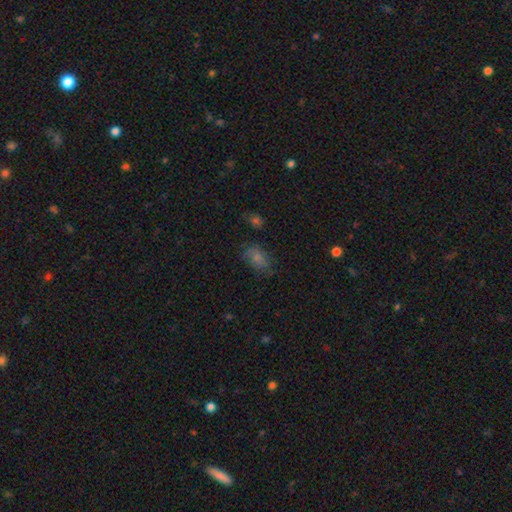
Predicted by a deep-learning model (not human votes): smooth_or_featured: smooth (p=0.58) [alt: star or artifact p=0.26]
how_rounded: in between (p=0.83) [alt: round p=0.14]
merging: none (p=0.72) [alt: minor disturbance p=0.18]